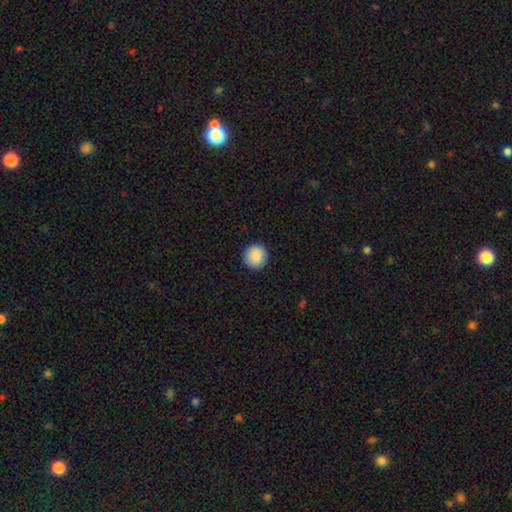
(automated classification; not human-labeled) Smooth or featured? smooth (89%)
How rounded? round (95%)
Merging? none (92%)